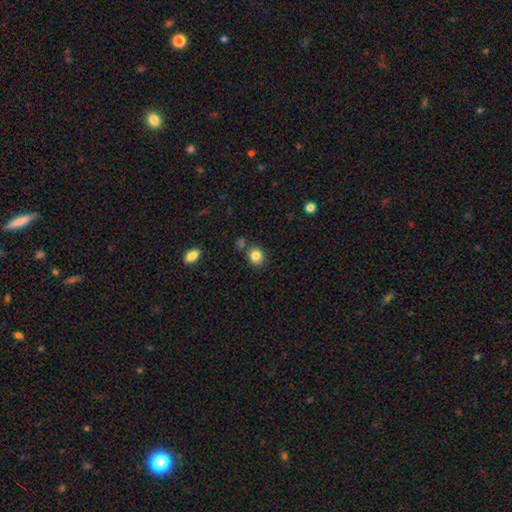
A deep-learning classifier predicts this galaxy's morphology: Smooth or featured? Predicted: smooth (p=0.83). How rounded? Predicted: round (p=0.80). Merging? Predicted: none (p=0.80).